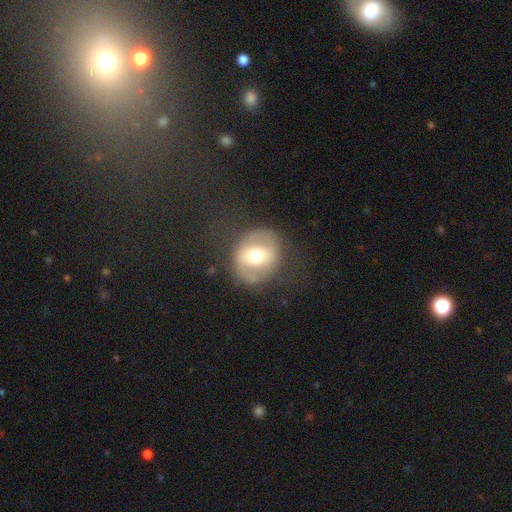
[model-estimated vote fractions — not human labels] featured or disk 51%, smooth 42%, star or artifact 8%. Down the decision tree: edge-on disk — no (94%); merging — none (75%).